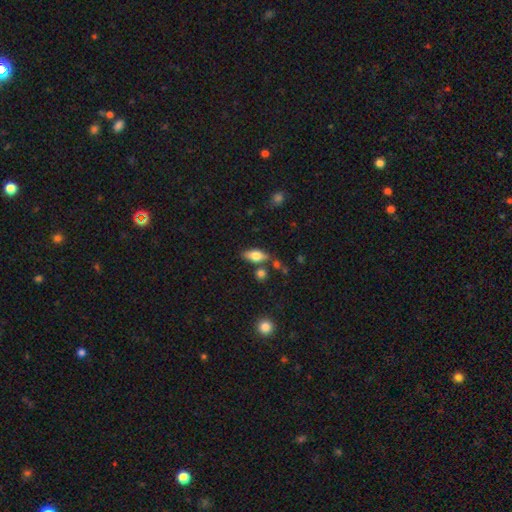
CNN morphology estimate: smooth_or_featured: smooth (p=0.71) [alt: featured or disk p=0.22]
how_rounded: in between (p=0.82) [alt: cigar-shaped p=0.14]
merging: none (p=0.72) [alt: minor disturbance p=0.14]